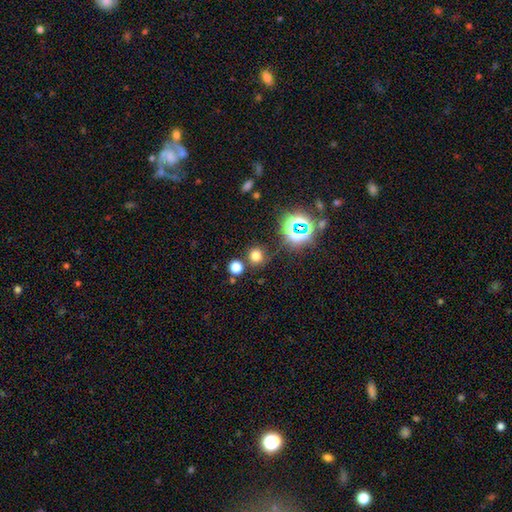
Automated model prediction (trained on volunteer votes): The model was most divided on "smooth or featured": smooth: 69%, star or artifact: 25%, featured or disk: 6%. More confident: how rounded — round (89%); merging — none (79%).